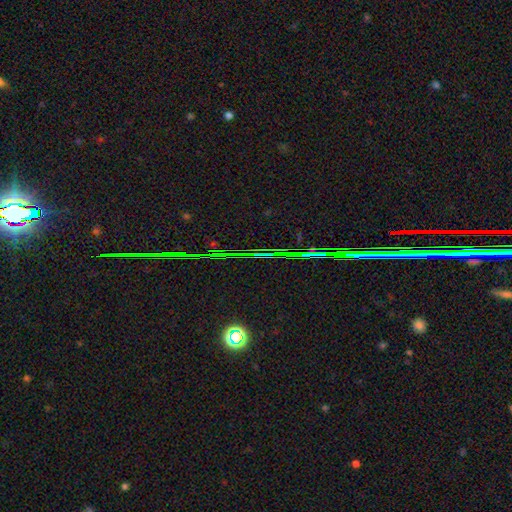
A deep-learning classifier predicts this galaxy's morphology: The model was most divided on "smooth or featured": star or artifact: 83%, featured or disk: 9%, smooth: 8%.